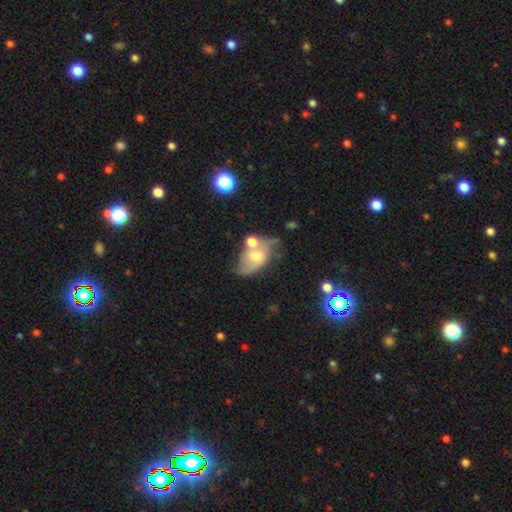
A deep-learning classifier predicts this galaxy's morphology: The model was most divided on "merging": none: 38%, merger: 28%, minor disturbance: 23%, major disturbance: 12%. More confident: edge-on disk — no (94%); smooth or featured — featured or disk (51%).